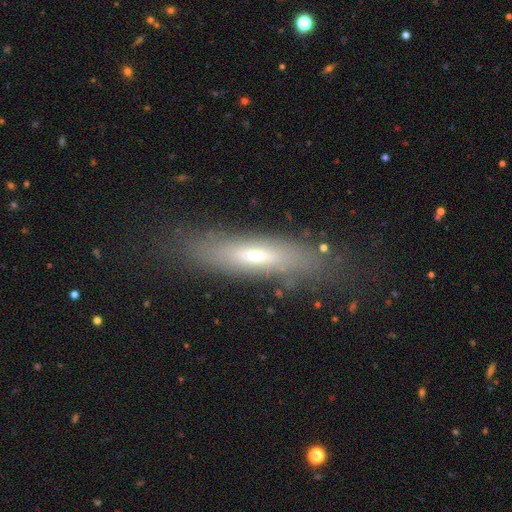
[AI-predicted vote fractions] Smooth or featured?
  - smooth: 51% *
  - featured or disk: 39%
  - star or artifact: 9%
How rounded?
  - cigar-shaped: 67% *
  - in between: 31%
  - round: 2%
Merging?
  - none: 77% *
  - minor disturbance: 14%
  - major disturbance: 7%
  - merger: 2%